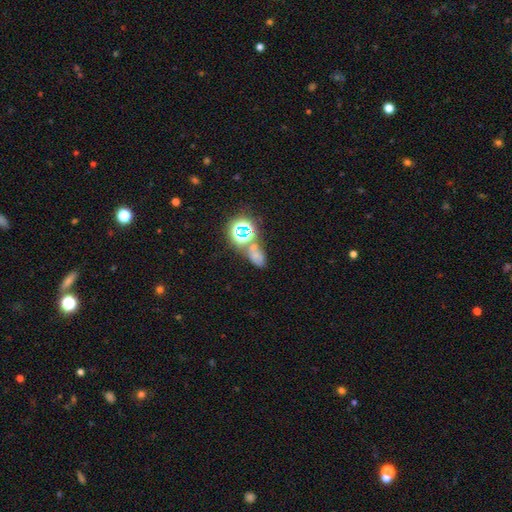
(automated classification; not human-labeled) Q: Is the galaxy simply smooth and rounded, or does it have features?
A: smooth — 48%.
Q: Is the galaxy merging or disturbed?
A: none — 42%.